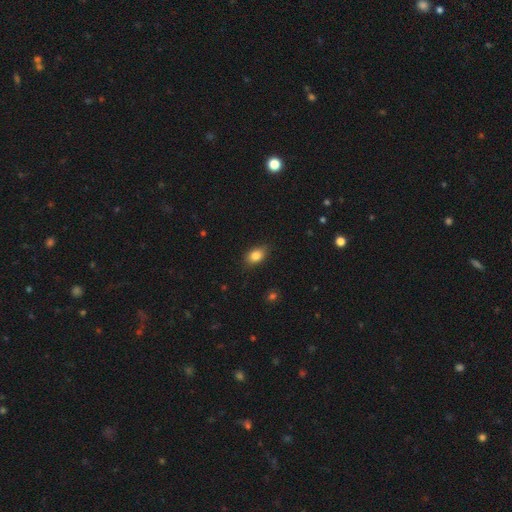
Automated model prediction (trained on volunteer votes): Overall: smooth (83%). How rounded: in between (79%). Merging: none (82%).